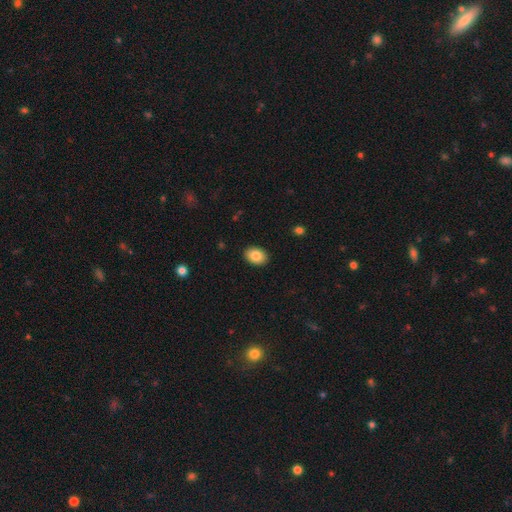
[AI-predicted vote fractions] Overall: smooth (85%). How rounded: in between (75%). Merging: none (90%).